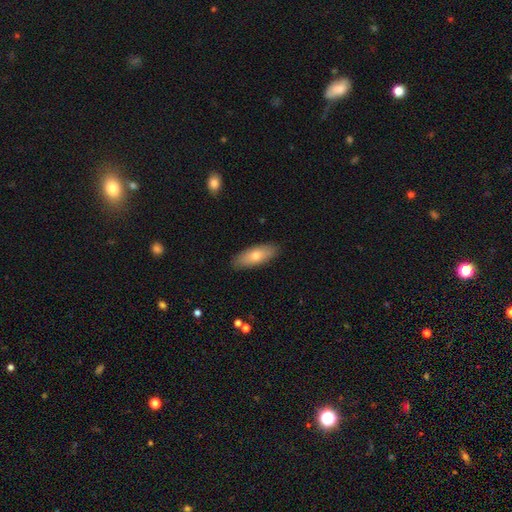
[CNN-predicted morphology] smooth-or-featured: smooth: 71% | featured or disk: 23% | star or artifact: 6%
  how-rounded: in between: 76% | cigar-shaped: 22% | round: 3%
  merging: none: 88% | minor disturbance: 9% | major disturbance: 2% | merger: 1%